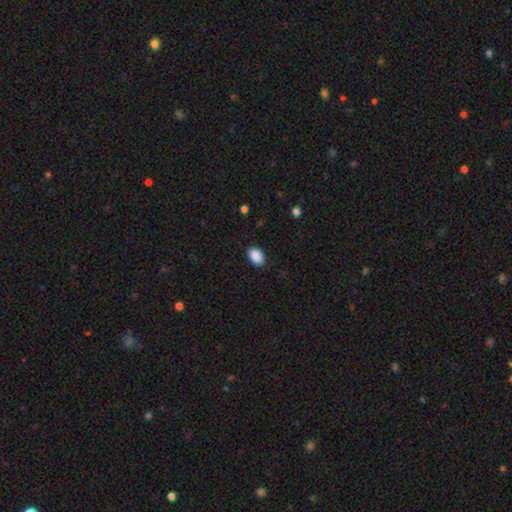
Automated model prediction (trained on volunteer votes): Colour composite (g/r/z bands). It shows a smooth galaxy with no disk features (90%) that is in between round and cigar-shaped (89%). Merging: none (86%).